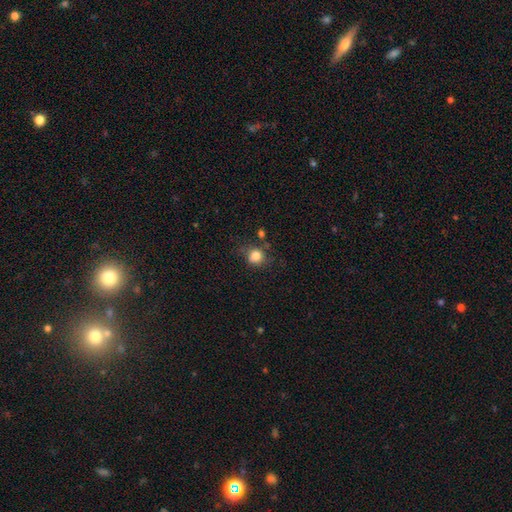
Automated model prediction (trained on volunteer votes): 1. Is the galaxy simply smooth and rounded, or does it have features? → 81% smooth, 11% star or artifact, 7% featured or disk.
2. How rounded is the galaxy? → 81% round, 18% in between, 1% cigar-shaped.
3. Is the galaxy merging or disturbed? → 64% none, 21% minor disturbance, 8% merger, 7% major disturbance.